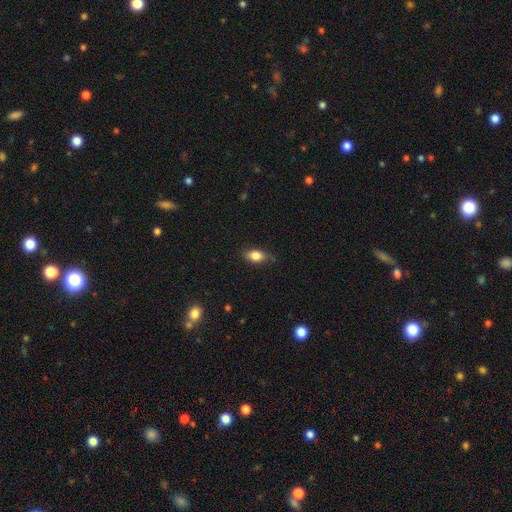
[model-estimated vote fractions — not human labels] This appears to be a smooth galaxy with no disk features (82%) that is in between round and cigar-shaped (83%). Merging: none (75%).